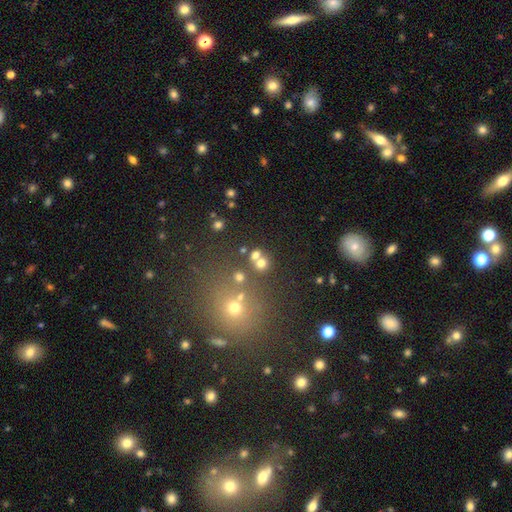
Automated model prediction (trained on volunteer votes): Overall: smooth (68%). How rounded: round (89%). Merging: none (64%).